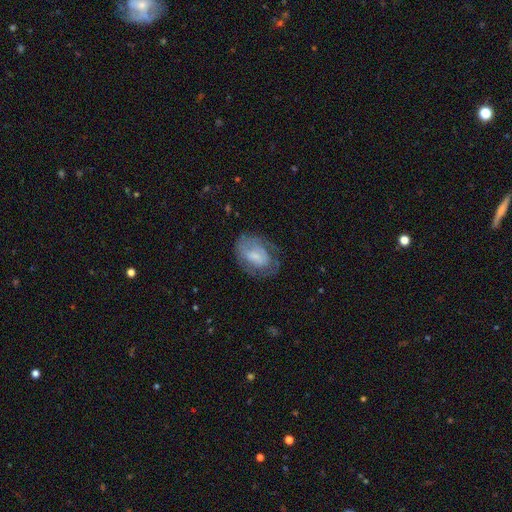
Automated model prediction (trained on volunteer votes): Overall: featured or disk (50%; smooth 42%). Merging: none (55%; minor disturbance 25%).